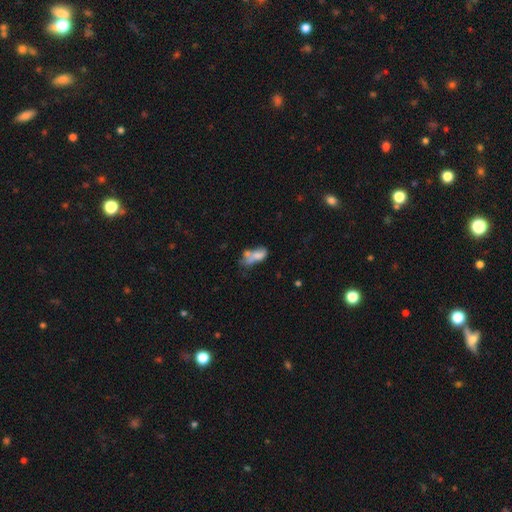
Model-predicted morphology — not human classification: smooth-or-featured: smooth: 57% | featured or disk: 31% | star or artifact: 12%
  how-rounded: in between: 85% | cigar-shaped: 8% | round: 7%
  merging: merger: 41% | major disturbance: 22% | none: 20% | minor disturbance: 17%